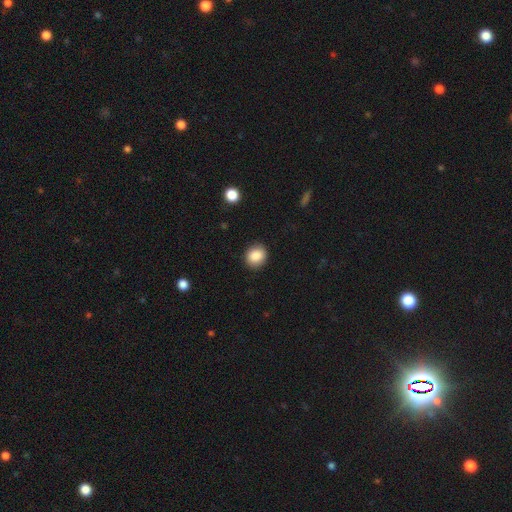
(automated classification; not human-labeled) This appears to be a smooth galaxy with no disk features (87%) that is round (77%). Merging: none (88%).